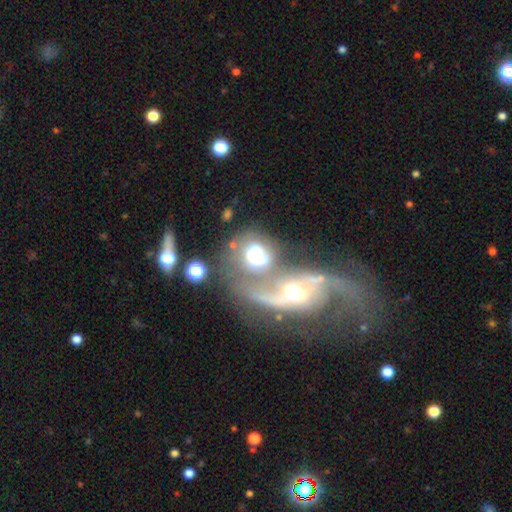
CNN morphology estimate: Q: Smooth or featured?
A: featured or disk (52%); runner-up: smooth (35%)
Q: Edge-on disk?
A: no (94%); runner-up: yes (6%)
Q: Merging?
A: merger (62%); runner-up: major disturbance (18%)